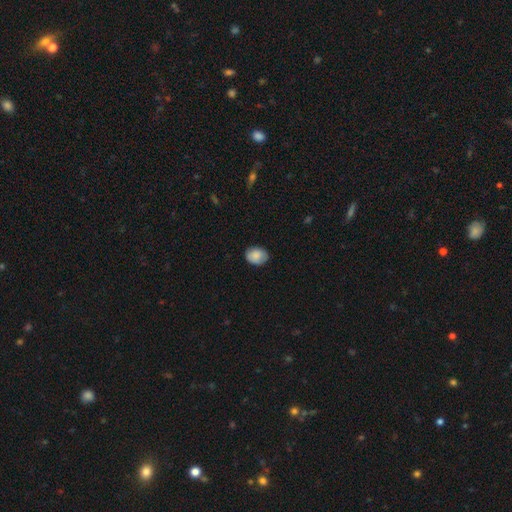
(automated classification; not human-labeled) A smooth galaxy with no disk features (82%) that is in between round and cigar-shaped (58%). Merging: none (81%).